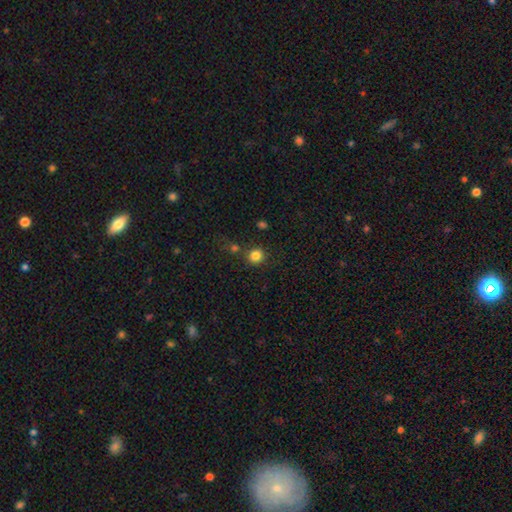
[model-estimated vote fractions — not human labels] Overall: smooth (83%). How rounded: round (92%). Merging: none (80%).